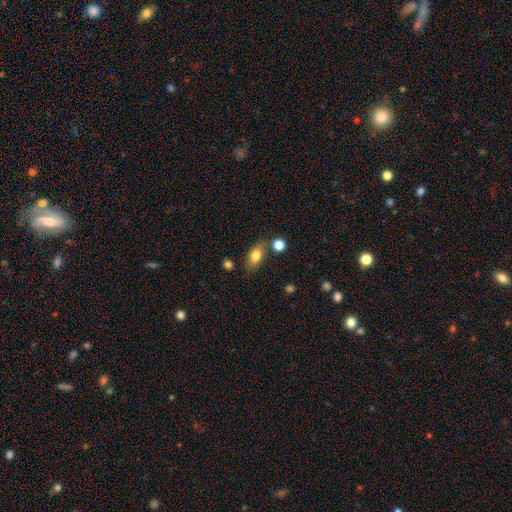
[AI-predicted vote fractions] smooth-or-featured: smooth: 79% | featured or disk: 12% | star or artifact: 9%
  how-rounded: in between: 82% | round: 13% | cigar-shaped: 5%
  merging: none: 69% | minor disturbance: 16% | merger: 10% | major disturbance: 5%